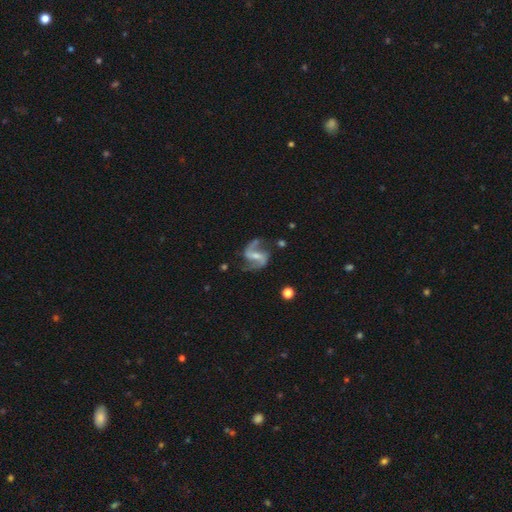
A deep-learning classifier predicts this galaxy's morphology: Smooth or featured? Predicted: featured or disk (p=0.90). Edge-on disk? Predicted: no (p=0.98). Bar? Predicted: strong (p=0.44). Spiral arms? Predicted: yes (p=0.97). Spiral winding? Predicted: medium (p=0.46). Spiral arm count? Predicted: 2 (p=0.93). Bulge size? Predicted: small (p=0.50). Merging? Predicted: none (p=0.74).